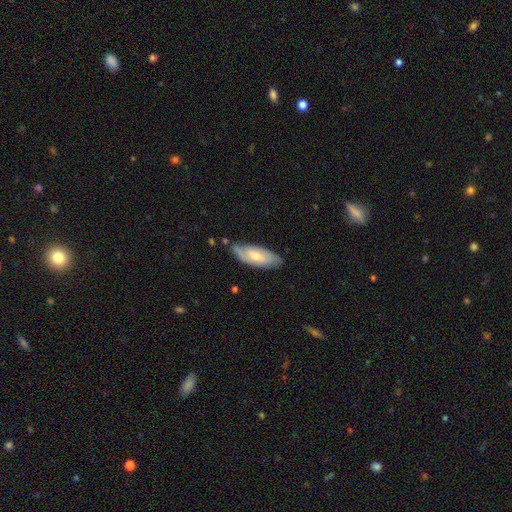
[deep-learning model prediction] Morphology: type=smooth (54%); roundness=in between (74%); merging=none (69%).